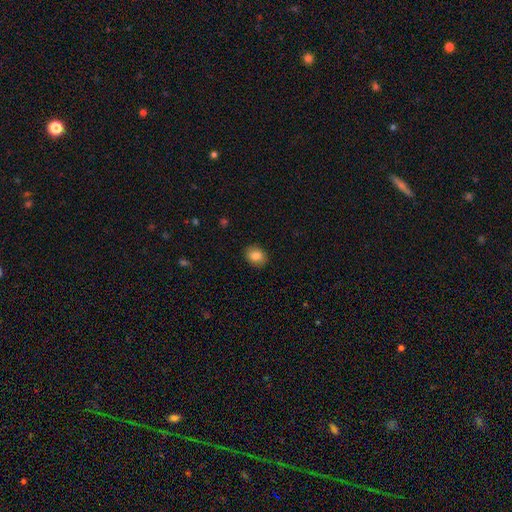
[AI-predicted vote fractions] A smooth galaxy with no disk features (84%) that is round (57%).

Vote fractions:
- Smooth or featured? smooth: 84% / star or artifact: 9% / featured or disk: 7%
- How rounded? round: 57% / in between: 43% / cigar-shaped: 1%
- Merging? none: 89% / minor disturbance: 8% / major disturbance: 2% / merger: 1%